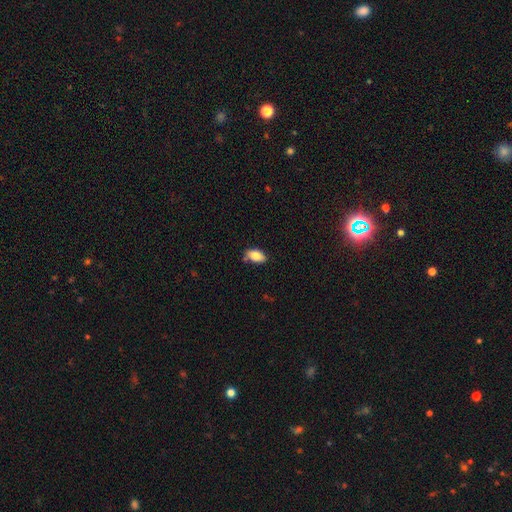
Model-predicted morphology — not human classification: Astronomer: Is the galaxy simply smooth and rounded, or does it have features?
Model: smooth — 82%.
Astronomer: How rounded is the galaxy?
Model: in between — 92%.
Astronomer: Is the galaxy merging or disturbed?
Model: none — 73%.